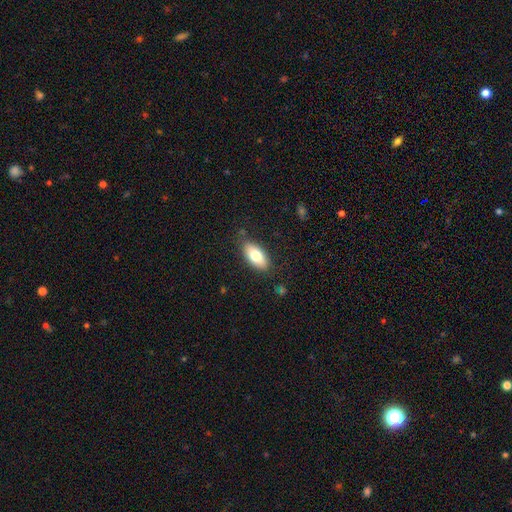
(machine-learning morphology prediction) The model was most divided on "smooth or featured": smooth: 77%, featured or disk: 16%, star or artifact: 7%. More confident: how rounded — in between (89%); merging — none (82%).